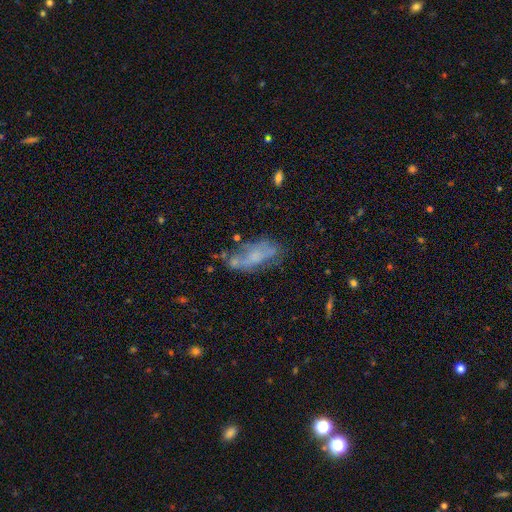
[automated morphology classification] smooth_or_featured: featured or disk (p=0.46) [alt: smooth p=0.42]
merging: none (p=0.45) [alt: minor disturbance p=0.25]